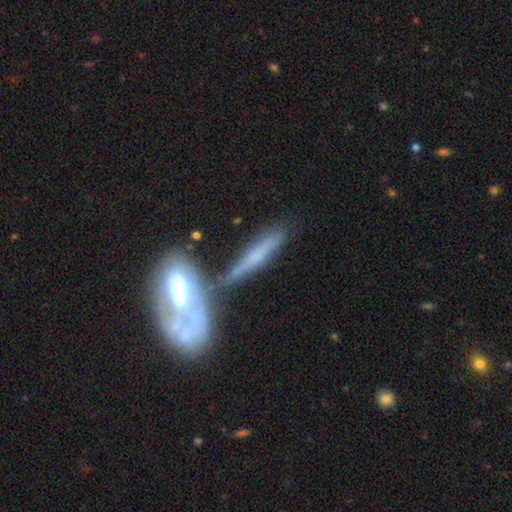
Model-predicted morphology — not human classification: featured or disk 47%, smooth 45%, star or artifact 8%. Down the decision tree: merging — none (48%).